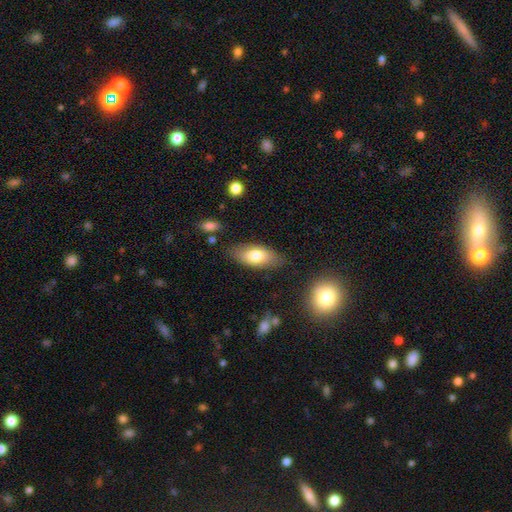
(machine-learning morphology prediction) A smooth galaxy with no disk features (74%) that is in between round and cigar-shaped (87%).

Vote fractions:
- Smooth or featured? smooth: 74% / featured or disk: 19% / star or artifact: 7%
- How rounded? in between: 87% / cigar-shaped: 10% / round: 3%
- Merging? none: 79% / minor disturbance: 15% / major disturbance: 3% / merger: 2%